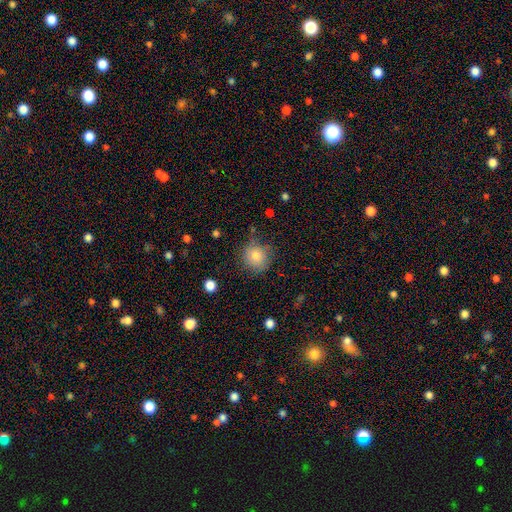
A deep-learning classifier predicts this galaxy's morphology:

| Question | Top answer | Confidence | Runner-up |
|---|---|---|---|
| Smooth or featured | smooth | 79% | featured or disk (11%) |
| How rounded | round | 91% | in between (8%) |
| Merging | none | 77% | minor disturbance (17%) |